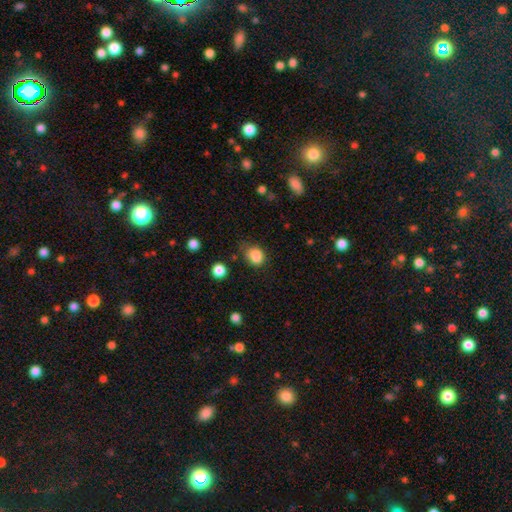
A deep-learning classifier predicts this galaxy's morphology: type=smooth (85%); roundness=round (56%); merging=none (61%).